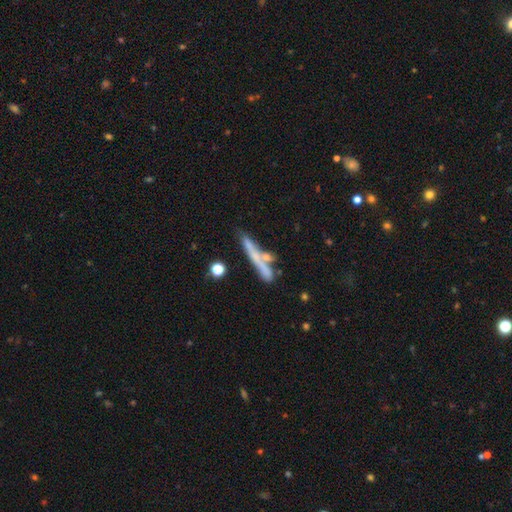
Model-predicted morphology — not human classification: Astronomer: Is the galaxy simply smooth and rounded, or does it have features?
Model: smooth — 46% (runner-up: featured or disk, 44%).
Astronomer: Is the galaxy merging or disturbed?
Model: none — 54%.